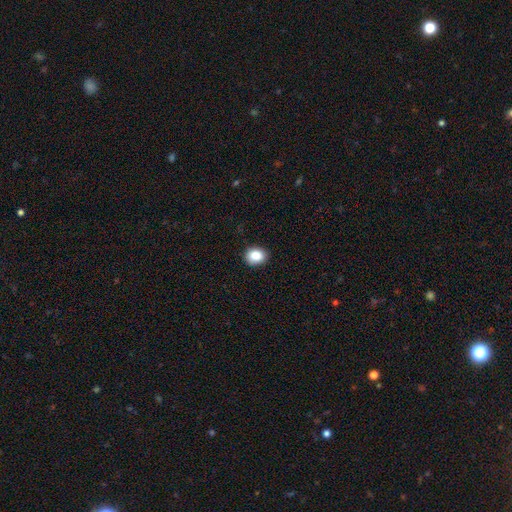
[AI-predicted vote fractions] Smooth or featured? Predicted: smooth (p=0.86). How rounded? Predicted: round (p=0.60). Merging? Predicted: none (p=0.89).